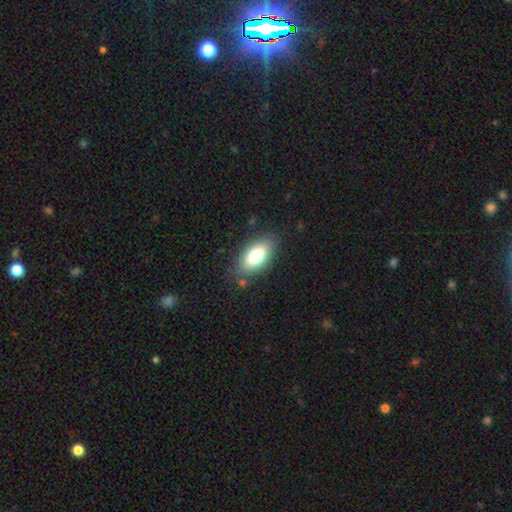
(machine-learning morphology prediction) smooth_or_featured: smooth (p=0.79) [alt: featured or disk p=0.14]
how_rounded: in between (p=0.90) [alt: cigar-shaped p=0.07]
merging: none (p=0.81) [alt: minor disturbance p=0.13]